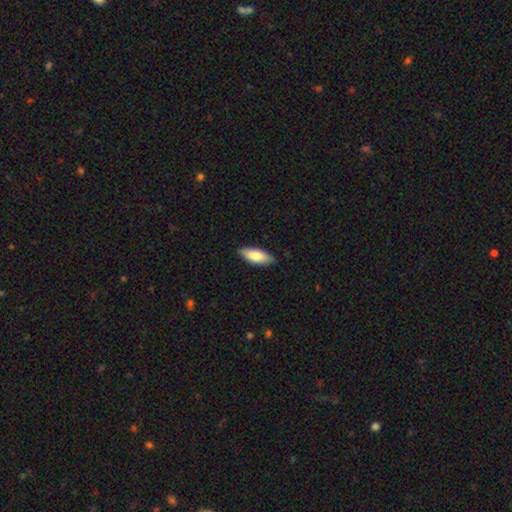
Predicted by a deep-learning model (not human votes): smooth-or-featured: smooth: 81% | featured or disk: 13% | star or artifact: 5%
  how-rounded: in between: 75% | cigar-shaped: 23% | round: 2%
  merging: none: 85% | minor disturbance: 12% | major disturbance: 2% | merger: 1%